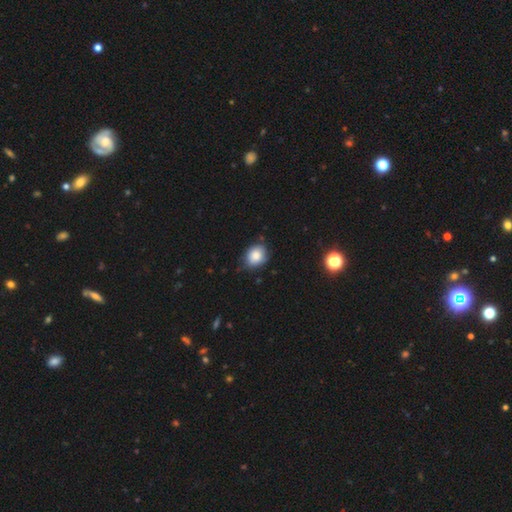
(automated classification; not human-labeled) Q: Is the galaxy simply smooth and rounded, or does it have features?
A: smooth — 82%.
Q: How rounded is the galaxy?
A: round — 58%.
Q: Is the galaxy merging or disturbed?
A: none — 68%.